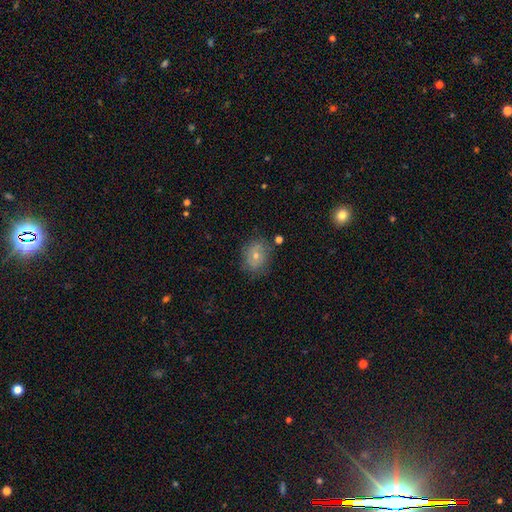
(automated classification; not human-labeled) This appears to be a smooth galaxy with no disk features (50%). Merging: none (79%).